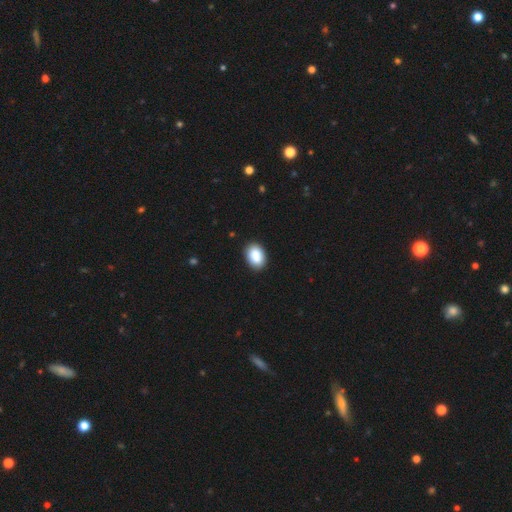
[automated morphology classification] smooth 90%, star or artifact 7%, featured or disk 3%. Down the decision tree: how rounded — in between (85%); merging — none (89%).